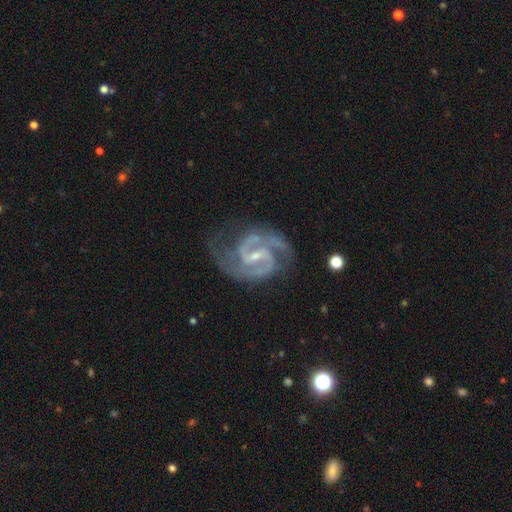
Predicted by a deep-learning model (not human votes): A featured or disk galaxy (94%) with a weak bar (51%), 2 (88%) medium (62%) spiral arms (99%) and a small central bulge (69%).

Vote fractions:
- Smooth or featured? featured or disk: 94% / star or artifact: 4% / smooth: 2%
- Edge-on disk? no: 98% / yes: 2%
- Bar? weak: 51% / strong: 31% / no: 18%
- Spiral arms? yes: 99% / no: 1%
- Spiral winding? medium: 62% / tight: 29% / loose: 9%
- Spiral arm count? 2: 88% / 3: 6% / can't tell: 2% / 4: 1% / 1: 1% / more than 4: 1%
- Bulge size? small: 69% / moderate: 24% / none: 5% / large: 1% / dominant: 1%
- Merging? none: 70% / minor disturbance: 20% / major disturbance: 8% / merger: 2%